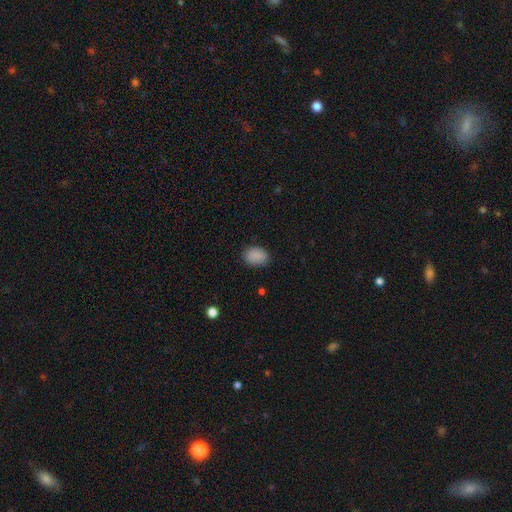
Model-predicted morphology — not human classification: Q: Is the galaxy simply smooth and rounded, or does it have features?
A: smooth — 87%.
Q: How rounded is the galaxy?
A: in between — 75%.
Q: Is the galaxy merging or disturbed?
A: none — 84%.